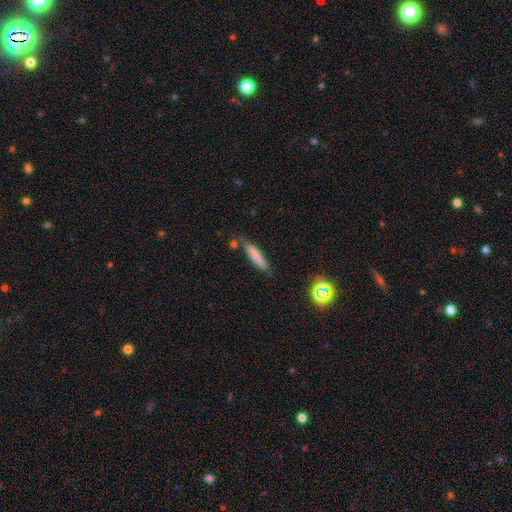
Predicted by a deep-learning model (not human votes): Smooth or featured?
  - smooth: 78% *
  - featured or disk: 14%
  - star or artifact: 8%
How rounded?
  - cigar-shaped: 84% *
  - in between: 15%
  - round: 2%
Merging?
  - none: 71% *
  - minor disturbance: 19%
  - merger: 6%
  - major disturbance: 4%